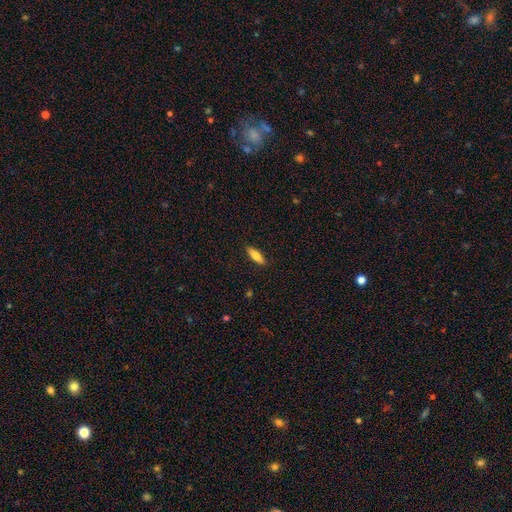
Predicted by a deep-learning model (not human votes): smooth-or-featured: smooth: 77% | featured or disk: 17% | star or artifact: 6%
  how-rounded: in between: 53% | cigar-shaped: 45% | round: 2%
  merging: none: 89% | minor disturbance: 8% | major disturbance: 2% | merger: 1%